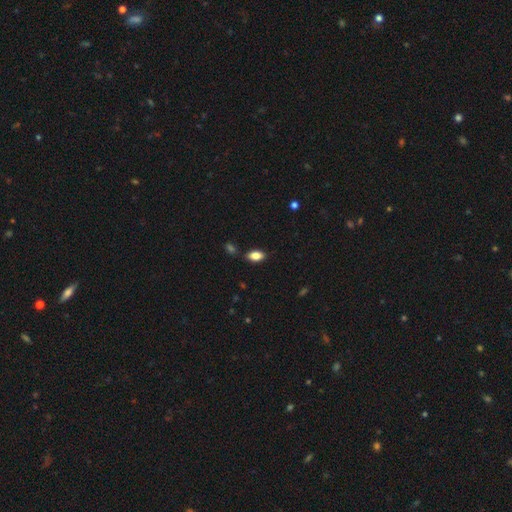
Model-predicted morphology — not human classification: smooth 83%, featured or disk 8%, star or artifact 8%. Down the decision tree: how rounded — in between (90%); merging — none (81%).